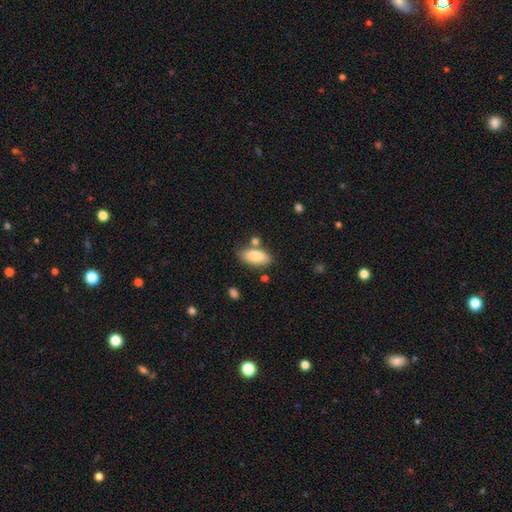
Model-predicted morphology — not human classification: type=smooth (83%); roundness=in between (88%); merging=none (72%).